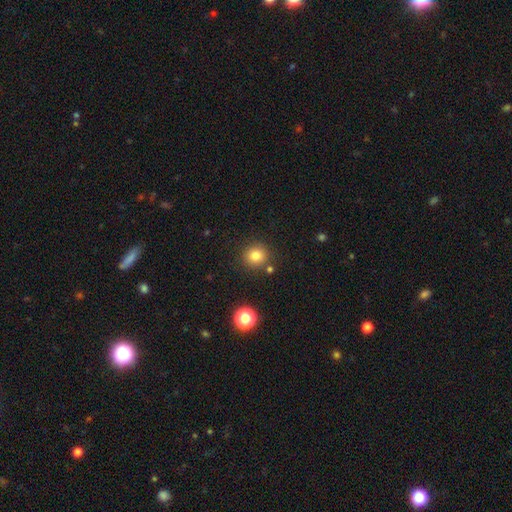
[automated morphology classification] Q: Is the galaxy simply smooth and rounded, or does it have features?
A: smooth — 81%.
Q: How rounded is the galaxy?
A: round — 88%.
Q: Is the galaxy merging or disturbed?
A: none — 84%.